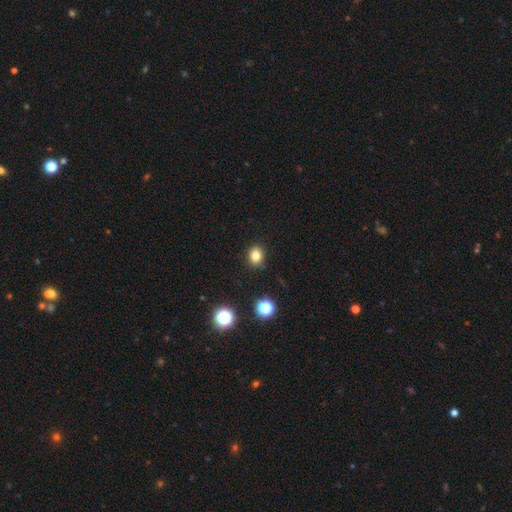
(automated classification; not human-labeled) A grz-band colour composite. It shows a smooth galaxy with no disk features (80%) that is round (64%). Merging: none (88%).